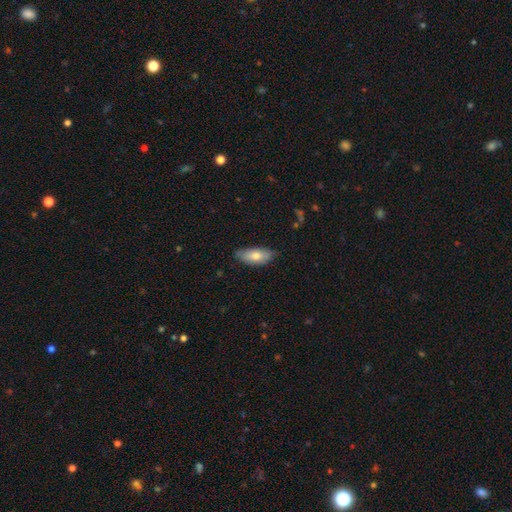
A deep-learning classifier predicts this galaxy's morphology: smooth_or_featured: smooth (p=0.73) [alt: featured or disk p=0.21]
how_rounded: in between (p=0.82) [alt: cigar-shaped p=0.16]
merging: none (p=0.73) [alt: minor disturbance p=0.22]